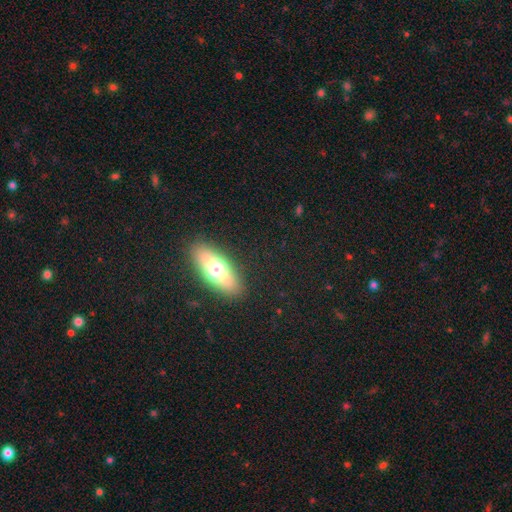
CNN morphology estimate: Q: Smooth or featured?
A: smooth (55%); runner-up: featured or disk (35%)
Q: How rounded?
A: in between (59%); runner-up: cigar-shaped (36%)
Q: Merging?
A: none (90%); runner-up: minor disturbance (7%)